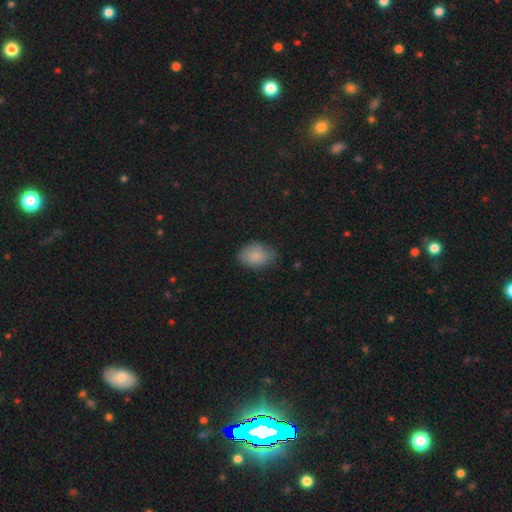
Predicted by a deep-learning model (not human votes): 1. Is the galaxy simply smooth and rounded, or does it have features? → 86% smooth, 8% star or artifact, 6% featured or disk.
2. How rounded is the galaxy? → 84% in between, 15% round, 1% cigar-shaped.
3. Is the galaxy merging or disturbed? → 76% none, 19% minor disturbance, 4% major disturbance, 1% merger.